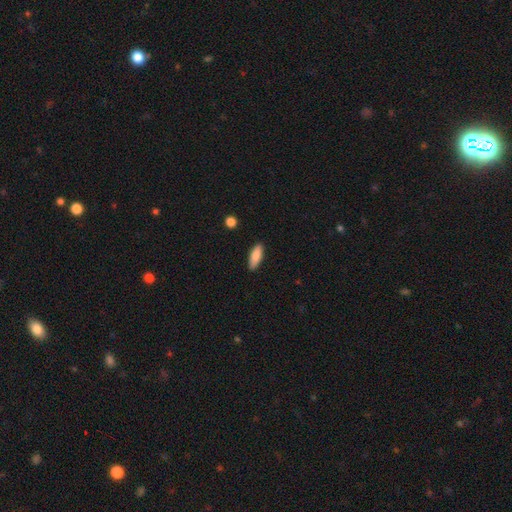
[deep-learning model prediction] Smooth or featured?
  - smooth: 85% *
  - featured or disk: 8%
  - star or artifact: 6%
How rounded?
  - in between: 66% *
  - cigar-shaped: 32%
  - round: 2%
Merging?
  - none: 88% *
  - minor disturbance: 9%
  - major disturbance: 2%
  - merger: 1%